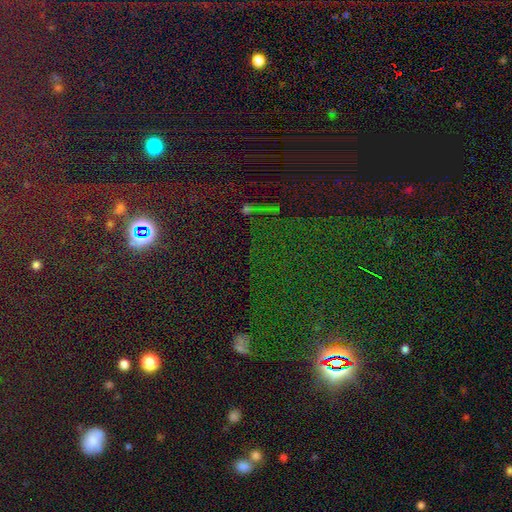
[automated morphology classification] This is likely a star or artifact rather than a galaxy (78%).